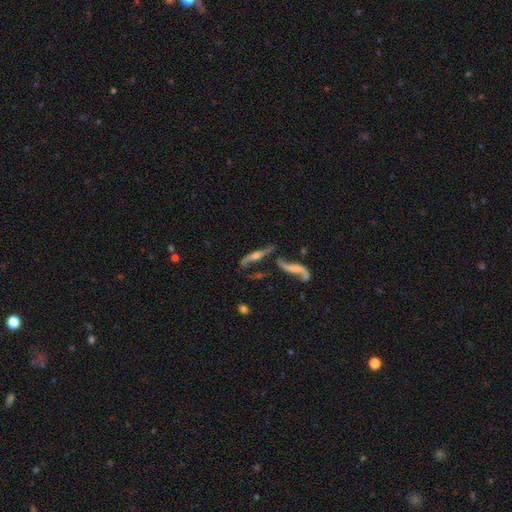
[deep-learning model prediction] Smooth or featured? Predicted: featured or disk (p=0.73). Edge-on disk? Predicted: yes (p=0.55). Merging? Predicted: none (p=0.47).